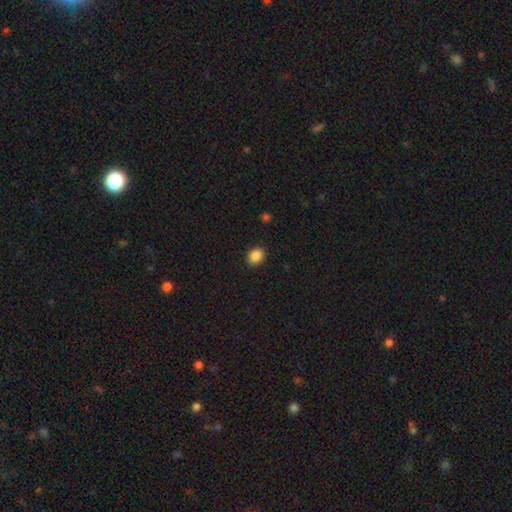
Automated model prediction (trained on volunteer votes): Overall: smooth (87%). How rounded: round (60%; in between 39%). Merging: none (90%).